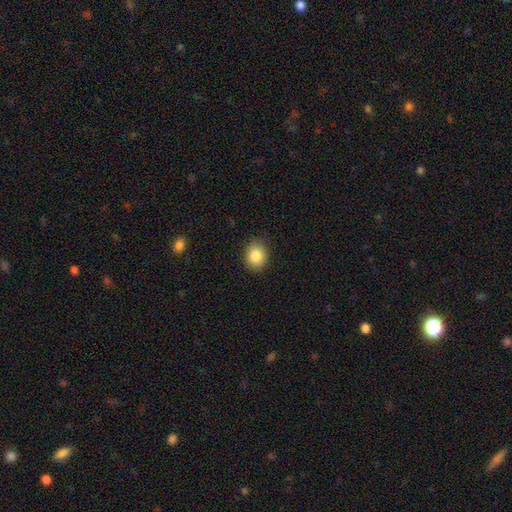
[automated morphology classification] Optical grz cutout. It shows a smooth galaxy with no disk features (86%) that is round (53%). Merging: none (86%).